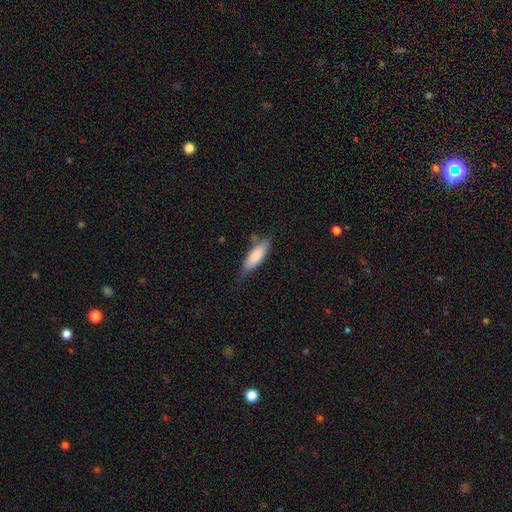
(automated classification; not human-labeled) Q: Smooth or featured?
A: smooth (82%); runner-up: featured or disk (12%)
Q: How rounded?
A: in between (58%); runner-up: cigar-shaped (40%)
Q: Merging?
A: none (61%); runner-up: minor disturbance (29%)